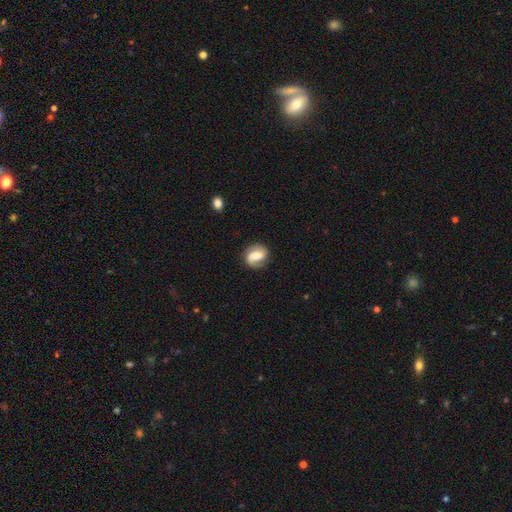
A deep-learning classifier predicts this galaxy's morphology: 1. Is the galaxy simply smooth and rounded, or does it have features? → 50% featured or disk, 42% smooth, 8% star or artifact.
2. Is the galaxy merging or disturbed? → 79% none, 15% minor disturbance, 5% major disturbance, 1% merger.